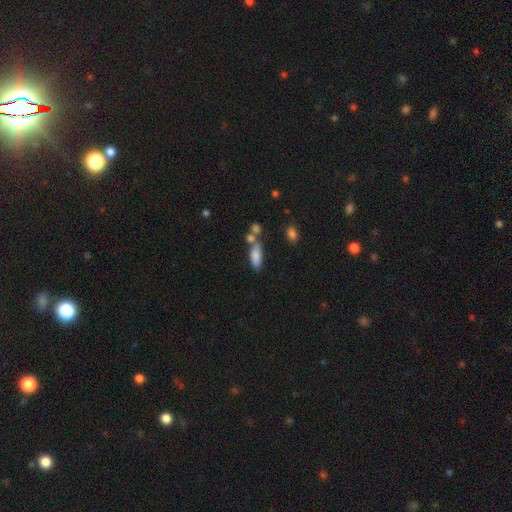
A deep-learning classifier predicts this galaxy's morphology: type=smooth (81%); roundness=in between (71%); merging=none (51%).